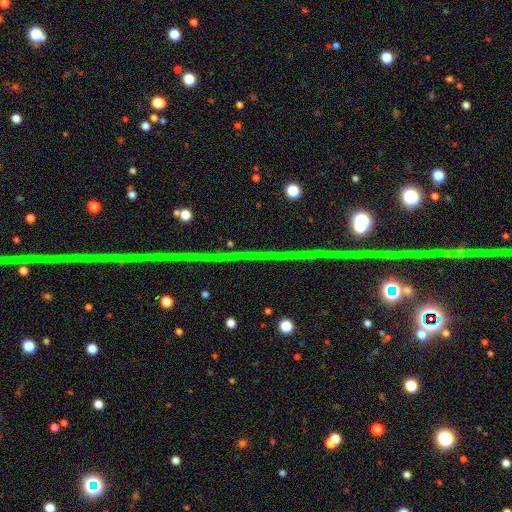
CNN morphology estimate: Smooth or featured: star or artifact — 77% (featured or disk — 15%)